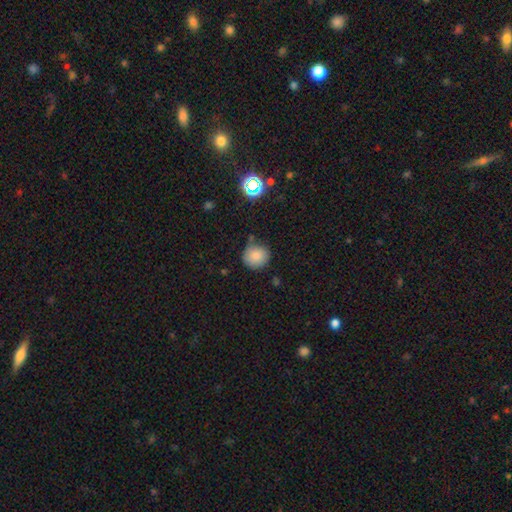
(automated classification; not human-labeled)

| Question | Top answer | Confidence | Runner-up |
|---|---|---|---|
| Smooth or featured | smooth | 83% | star or artifact (11%) |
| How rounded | round | 88% | in between (11%) |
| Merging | none | 74% | minor disturbance (18%) |